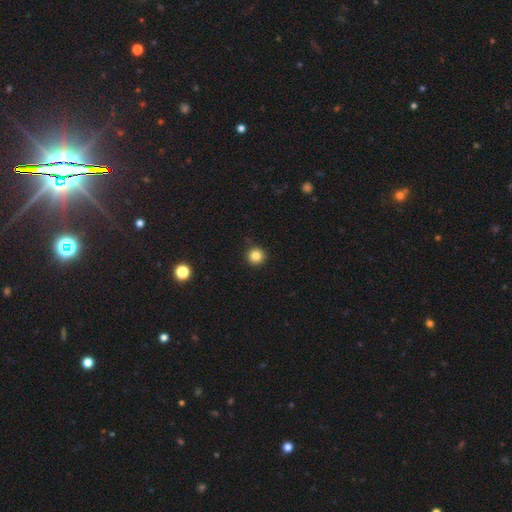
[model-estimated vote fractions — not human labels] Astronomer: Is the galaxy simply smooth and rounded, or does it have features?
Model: smooth — 84%.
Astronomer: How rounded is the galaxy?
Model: round — 96%.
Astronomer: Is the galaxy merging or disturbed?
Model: none — 92%.